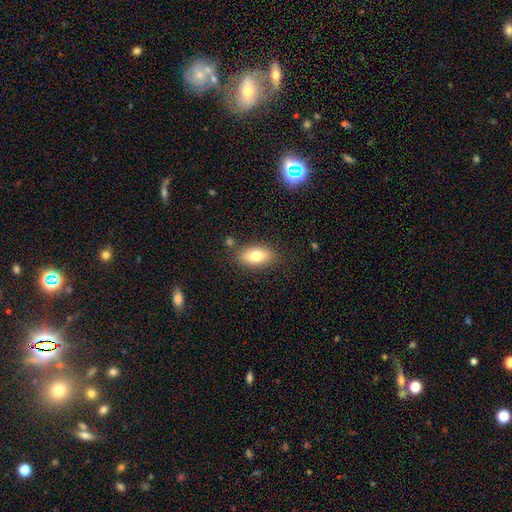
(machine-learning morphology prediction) Smooth or featured: smooth — 75% (featured or disk — 17%)
How rounded: in between — 87% (cigar-shaped — 6%)
Merging: none — 82% (minor disturbance — 12%)